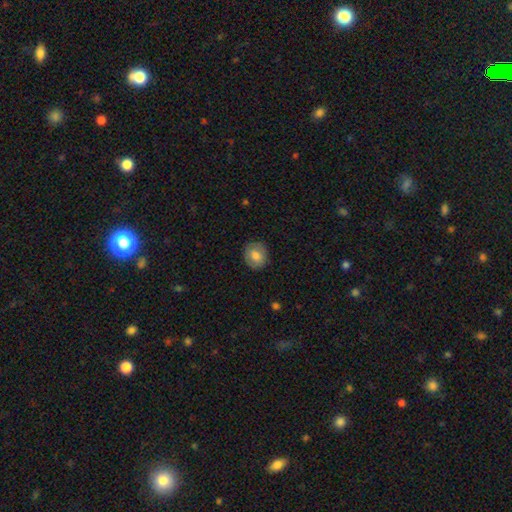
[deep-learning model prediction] The model was most divided on "how rounded": round: 73%, in between: 26%, cigar-shaped: 1%. More confident: merging — none (85%); smooth or featured — smooth (78%).